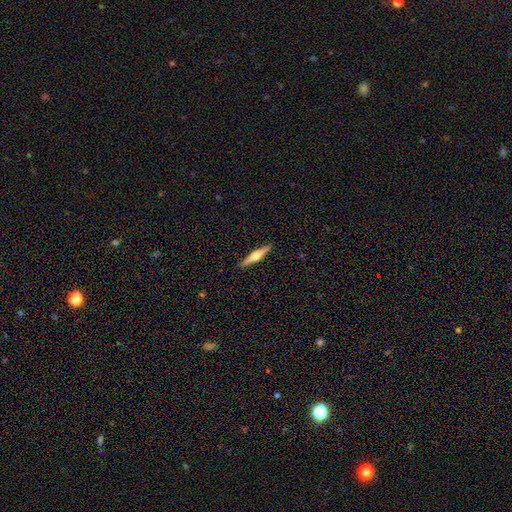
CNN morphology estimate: This is likely a featured or disk galaxy (65%). It is clearly viewed edge-on (97%). Edge-on bulge: clearly rounded (94%). Merging: clearly none (91%).